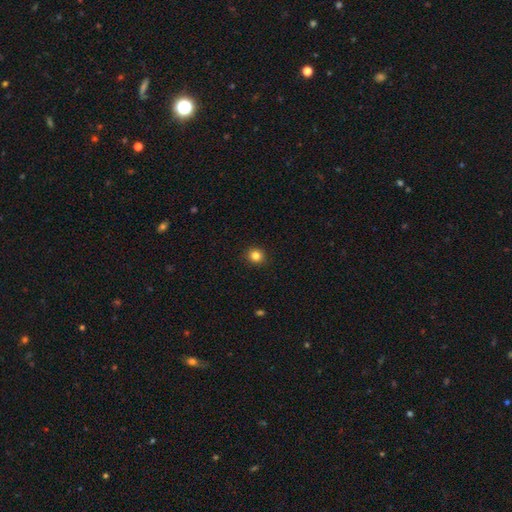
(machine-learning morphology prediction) Q: Smooth or featured?
A: smooth (83%); runner-up: star or artifact (12%)
Q: How rounded?
A: round (89%); runner-up: in between (10%)
Q: Merging?
A: none (92%); runner-up: minor disturbance (5%)